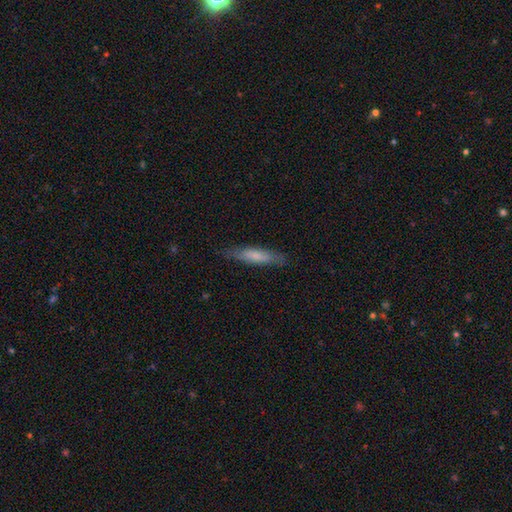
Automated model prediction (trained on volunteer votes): Smooth or featured? smooth (69%)
How rounded? cigar-shaped (82%)
Merging? none (82%)